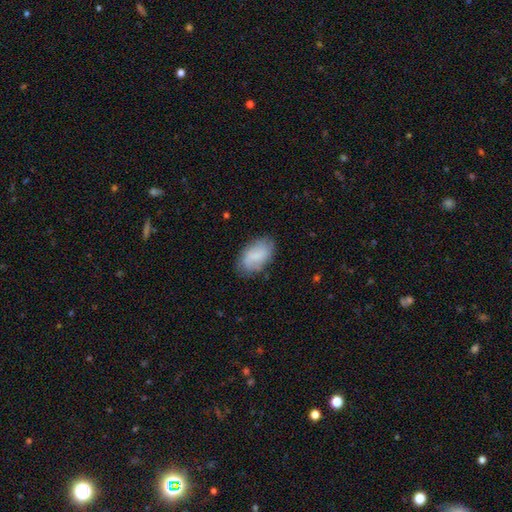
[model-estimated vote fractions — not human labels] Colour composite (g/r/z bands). It shows a smooth galaxy with no disk features (68%) that is in between round and cigar-shaped (93%). Merging: none (74%).